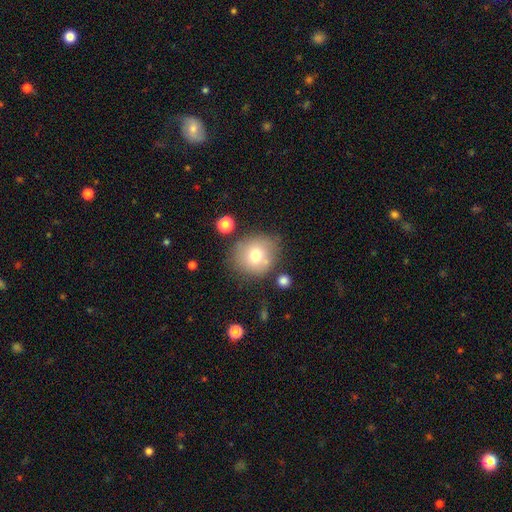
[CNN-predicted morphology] A smooth galaxy with no disk features (72%) that is round (79%). Merging: none (68%).